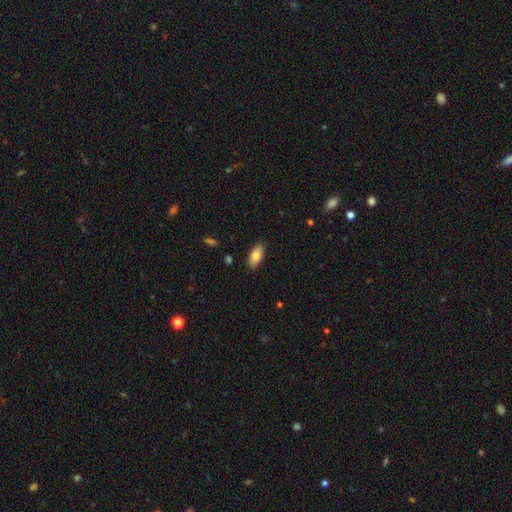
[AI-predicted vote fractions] Smooth or featured? Predicted: smooth (p=0.80). How rounded? Predicted: in between (p=0.89). Merging? Predicted: none (p=0.87).